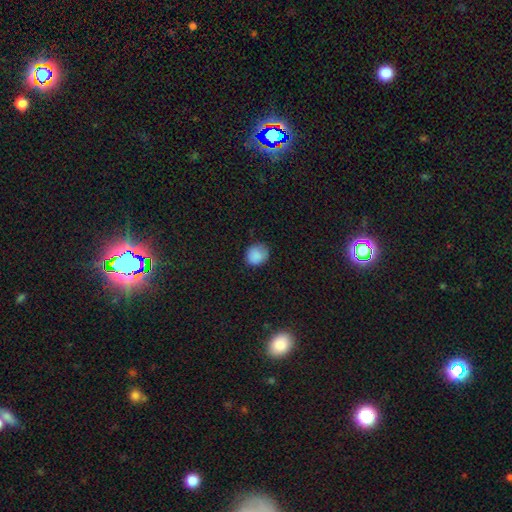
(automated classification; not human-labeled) Q: Smooth or featured?
A: smooth (86%); runner-up: star or artifact (9%)
Q: How rounded?
A: round (71%); runner-up: in between (28%)
Q: Merging?
A: none (74%); runner-up: minor disturbance (21%)